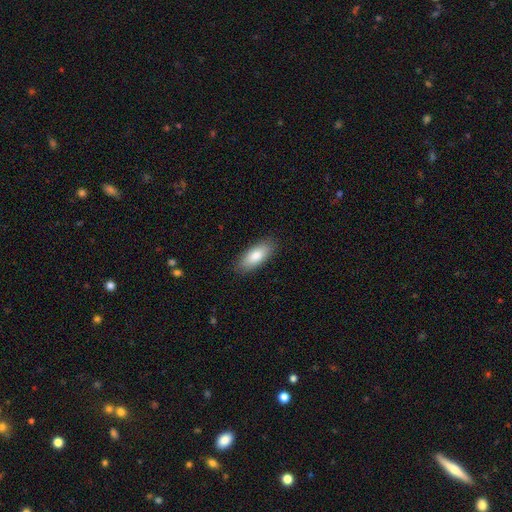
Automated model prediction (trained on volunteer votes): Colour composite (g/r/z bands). It shows a smooth galaxy with no disk features (83%) that is in between round and cigar-shaped (79%). Merging: none (87%).